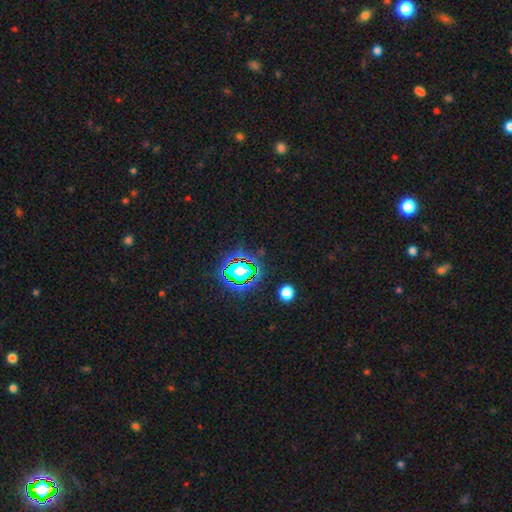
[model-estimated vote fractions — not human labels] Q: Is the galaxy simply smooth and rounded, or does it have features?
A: star or artifact — 80%.